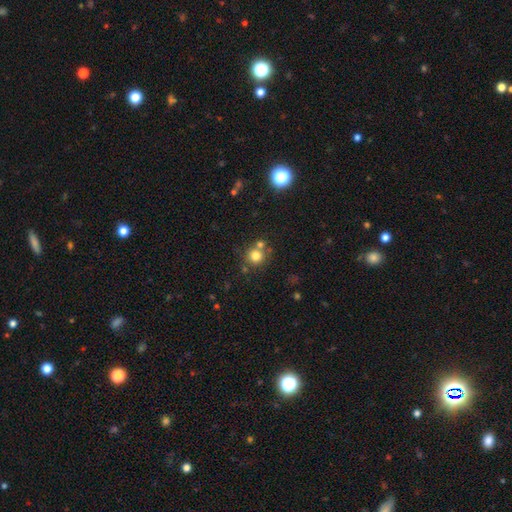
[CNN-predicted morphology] Smooth or featured? Predicted: smooth (p=0.77). How rounded? Predicted: round (p=0.92). Merging? Predicted: none (p=0.67).